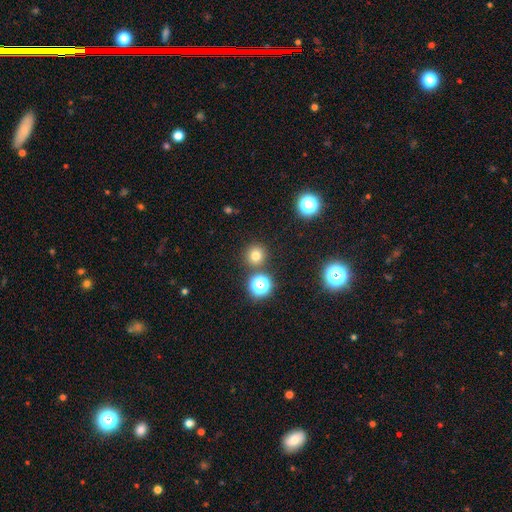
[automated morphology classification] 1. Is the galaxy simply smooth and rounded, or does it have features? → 72% smooth, 21% star or artifact, 7% featured or disk.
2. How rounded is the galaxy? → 94% round, 5% in between, 1% cigar-shaped.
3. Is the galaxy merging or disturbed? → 86% none, 6% minor disturbance, 5% merger, 2% major disturbance.